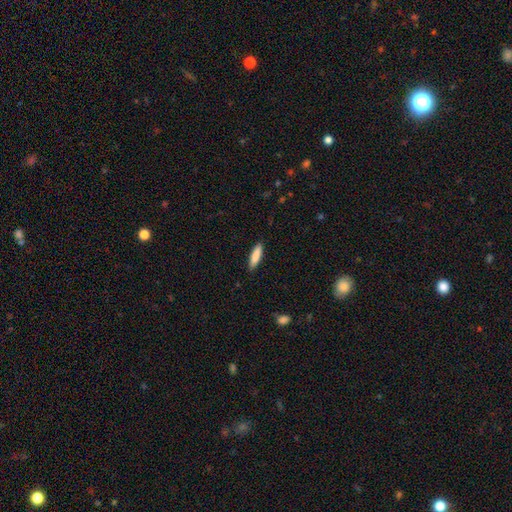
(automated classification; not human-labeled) A smooth galaxy with no disk features (85%) that is cigar-shaped (72%).

Vote fractions:
- Smooth or featured? smooth: 85% / featured or disk: 10% / star or artifact: 6%
- How rounded? cigar-shaped: 72% / in between: 27% / round: 1%
- Merging? none: 89% / minor disturbance: 8% / major disturbance: 2% / merger: 1%